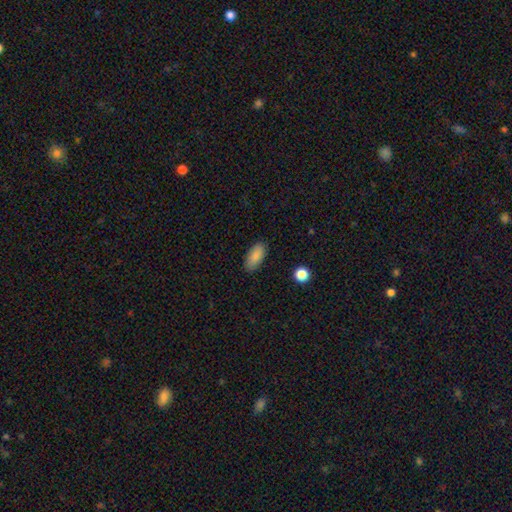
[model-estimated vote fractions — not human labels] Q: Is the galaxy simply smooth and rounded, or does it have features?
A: smooth — 88%.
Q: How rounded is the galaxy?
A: in between — 87%.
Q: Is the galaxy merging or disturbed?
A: none — 87%.